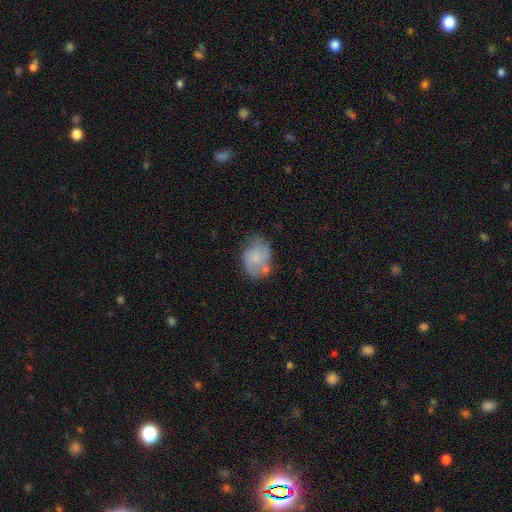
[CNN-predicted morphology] A smooth galaxy with no disk features (50%).

Vote fractions:
- Smooth or featured? smooth: 50% / featured or disk: 40% / star or artifact: 10%
- Merging? none: 52% / minor disturbance: 29% / major disturbance: 11% / merger: 8%